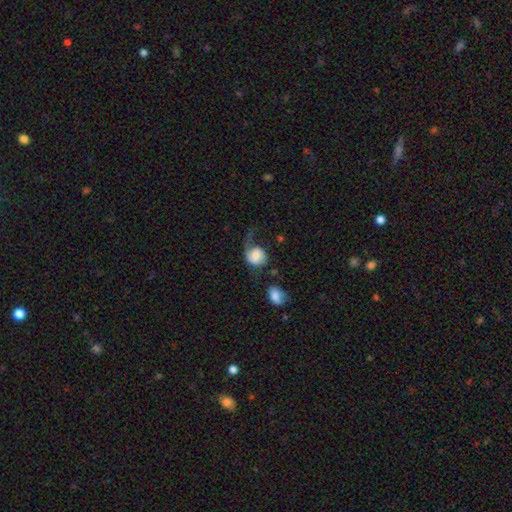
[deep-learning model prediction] smooth-or-featured: smooth: 56% | featured or disk: 37% | star or artifact: 7%
  how-rounded: round: 65% | in between: 34% | cigar-shaped: 1%
  merging: major disturbance: 44% | none: 27% | minor disturbance: 20% | merger: 10%